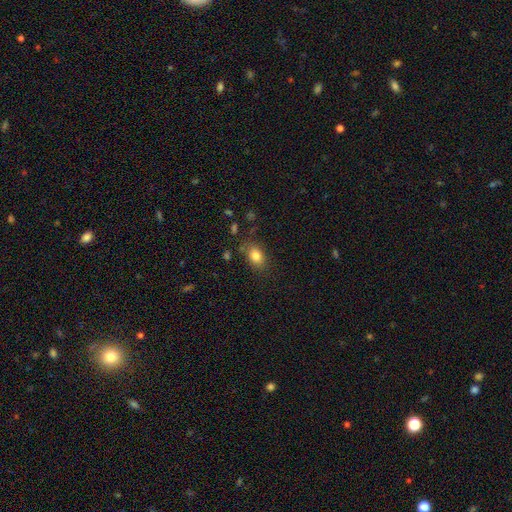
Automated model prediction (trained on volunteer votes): Smooth or featured? Predicted: smooth (p=0.82). How rounded? Predicted: in between (p=0.77). Merging? Predicted: none (p=0.78).